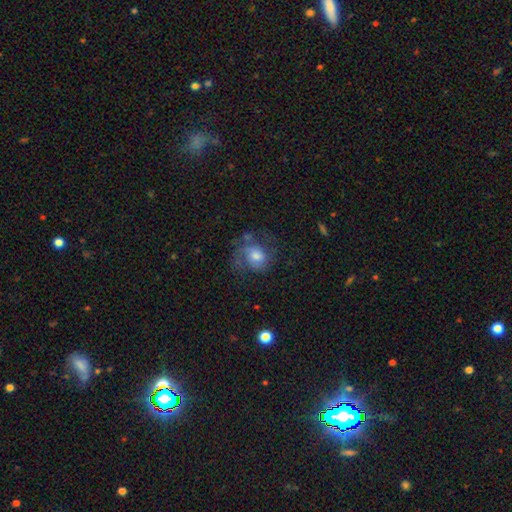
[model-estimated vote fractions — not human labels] smooth-or-featured: featured or disk: 48% | smooth: 42% | star or artifact: 10%
  merging: none: 46% | major disturbance: 27% | minor disturbance: 23% | merger: 4%